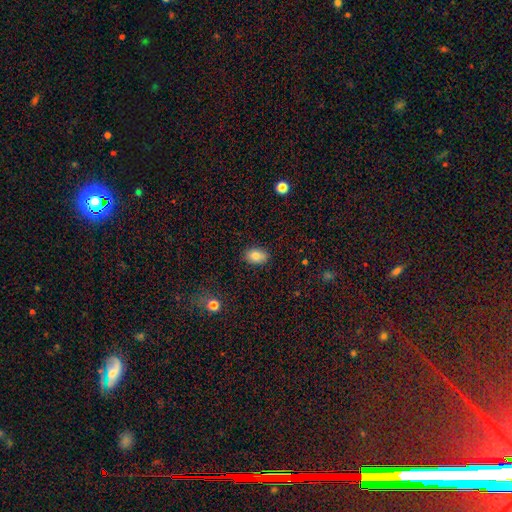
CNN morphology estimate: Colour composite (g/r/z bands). It shows a smooth galaxy with no disk features (84%) that is in between round and cigar-shaped (82%). Merging: none (84%).